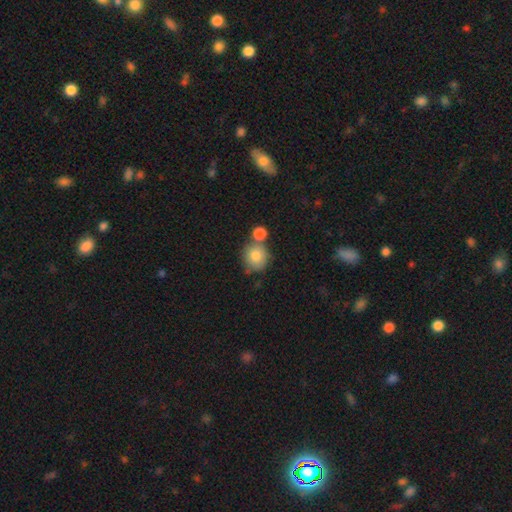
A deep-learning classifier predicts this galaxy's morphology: Overall: smooth (80%). How rounded: round (85%). Merging: none (55%; merger 28%).